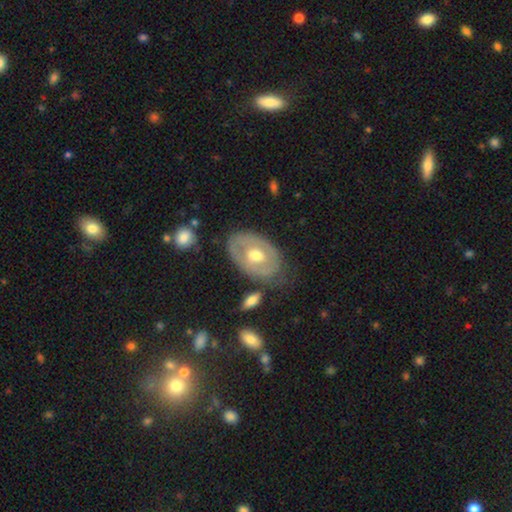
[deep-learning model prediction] Smooth or featured? Predicted: featured or disk (p=0.59). Edge-on disk? Predicted: no (p=0.92). Bar? Predicted: no (p=0.70). Spiral arms? Predicted: no (p=0.75). Bulge size? Predicted: moderate (p=0.73). Merging? Predicted: none (p=0.67).